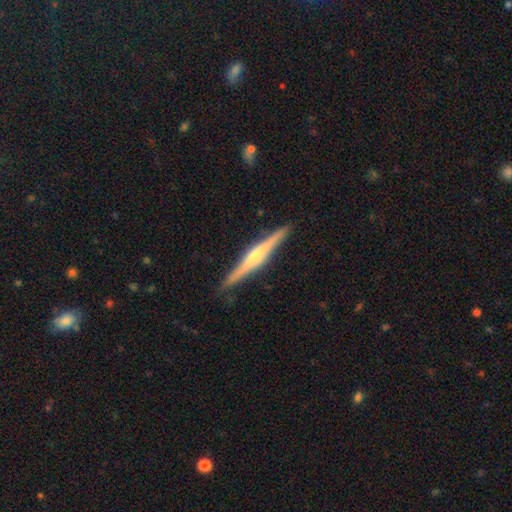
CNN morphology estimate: A featured or disk galaxy (75%) viewed edge-on (98%) with a rounded central bulge (72%). Merging: none (90%).